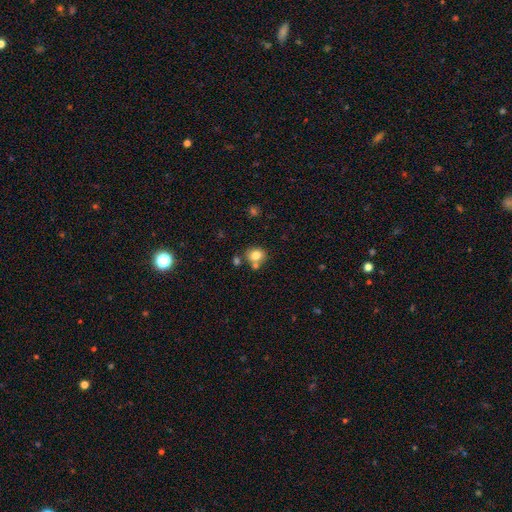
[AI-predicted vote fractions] Smooth or featured: smooth — 80% (star or artifact — 11%)
How rounded: round — 56% (in between — 44%)
Merging: none — 59% (merger — 25%)